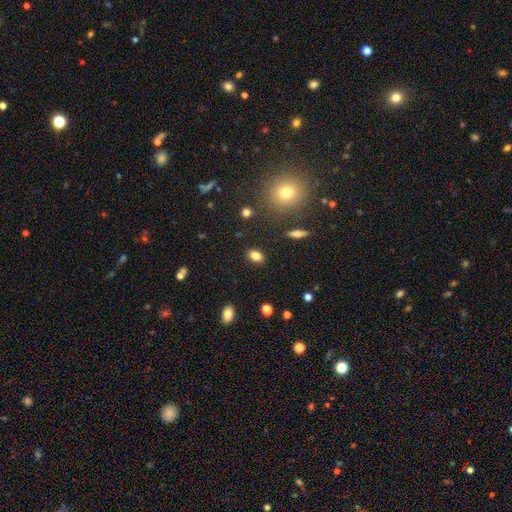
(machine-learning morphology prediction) type=smooth (81%); roundness=in between (78%); merging=none (85%).